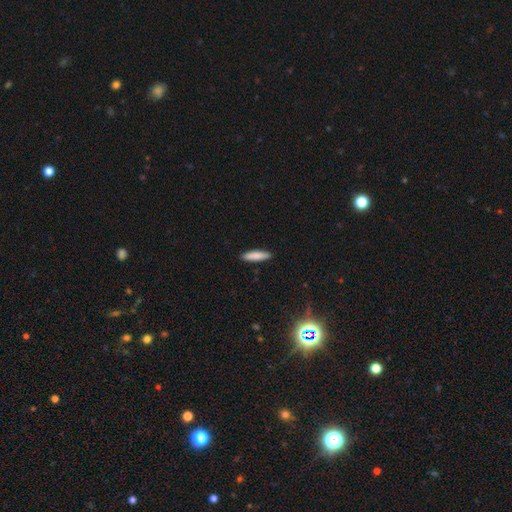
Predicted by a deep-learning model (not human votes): smooth-or-featured: smooth: 85% | featured or disk: 9% | star or artifact: 6%
  how-rounded: cigar-shaped: 77% | in between: 21% | round: 1%
  merging: none: 90% | minor disturbance: 8% | major disturbance: 2% | merger: 1%